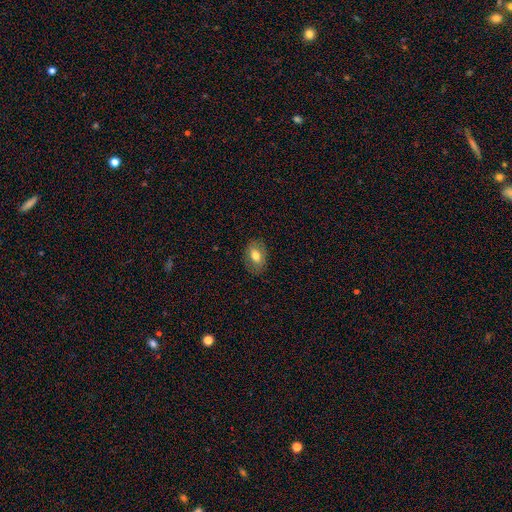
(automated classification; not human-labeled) Overall: smooth (72%). How rounded: in between (81%). Merging: none (83%).